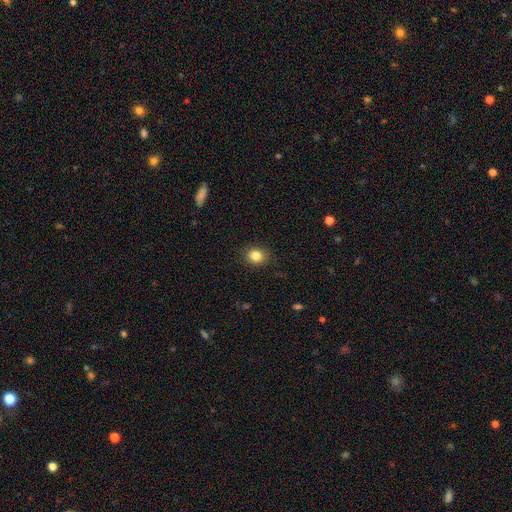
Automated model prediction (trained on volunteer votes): Smooth or featured?
  - smooth: 84% *
  - star or artifact: 10%
  - featured or disk: 6%
How rounded?
  - round: 66% *
  - in between: 33%
  - cigar-shaped: 1%
Merging?
  - none: 88% *
  - minor disturbance: 8%
  - major disturbance: 2%
  - merger: 1%